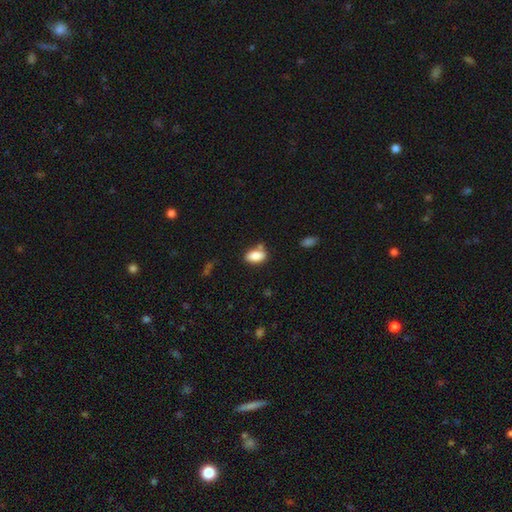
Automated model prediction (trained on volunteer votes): A smooth galaxy with no disk features (85%) that is in between round and cigar-shaped (89%). Merging: none (68%).